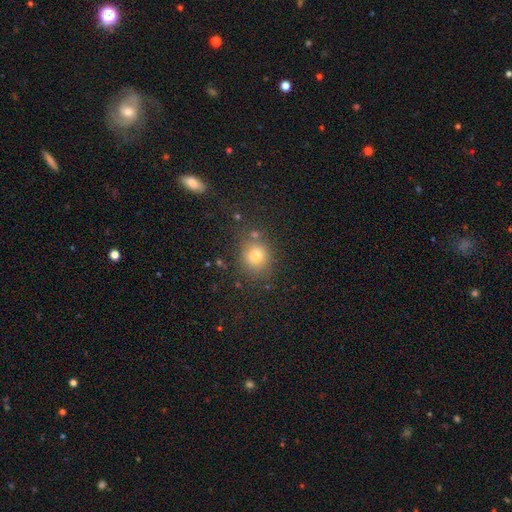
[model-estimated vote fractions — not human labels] The model was most divided on "smooth or featured": smooth: 73%, star or artifact: 17%, featured or disk: 10%. More confident: merging — none (78%); how rounded — round (78%).